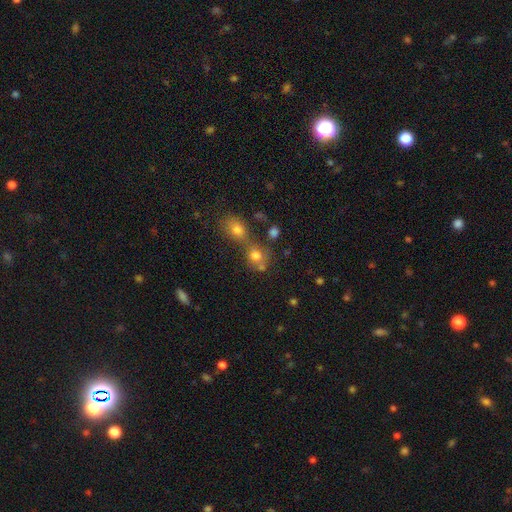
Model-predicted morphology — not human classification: Smooth or featured? Predicted: smooth (p=0.71). How rounded? Predicted: round (p=0.72). Merging? Predicted: merger (p=0.48).